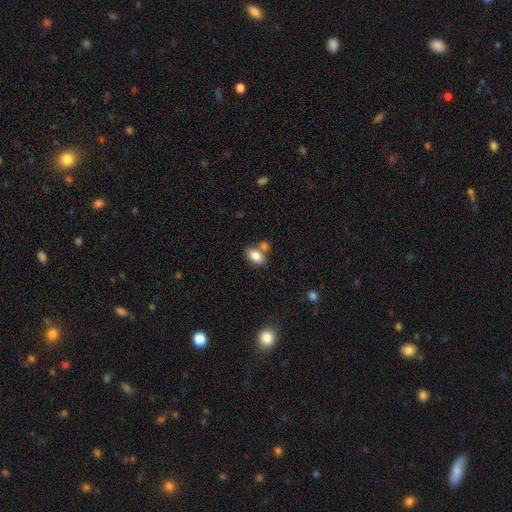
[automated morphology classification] This appears to be a smooth galaxy with no disk features (83%) that is in between round and cigar-shaped (86%). Merging: none (56%).